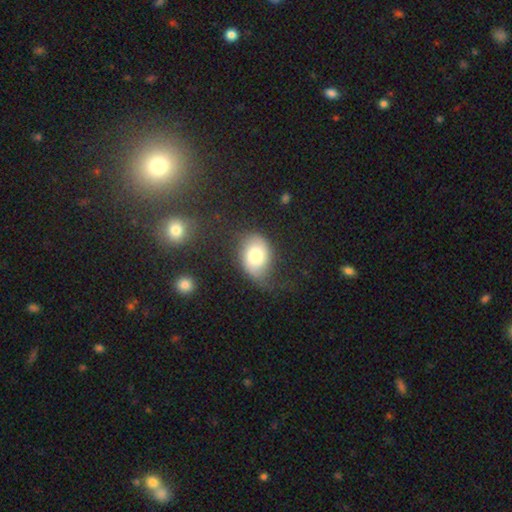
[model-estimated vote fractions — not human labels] Smooth or featured? Predicted: smooth (p=0.56). How rounded? Predicted: in between (p=0.75). Merging? Predicted: none (p=0.53).